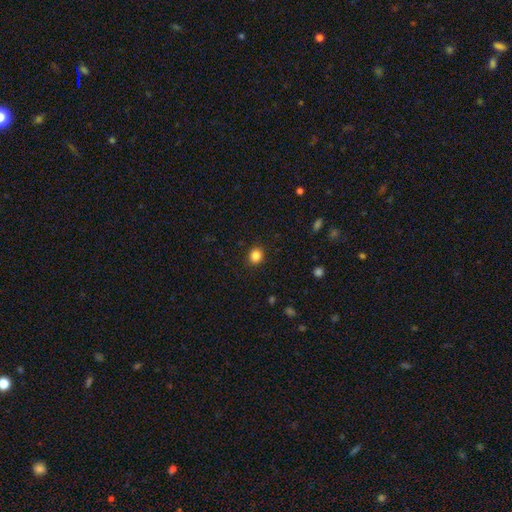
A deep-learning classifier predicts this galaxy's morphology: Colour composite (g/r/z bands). It shows a smooth galaxy with no disk features (85%) that is round (79%). Merging: none (91%).